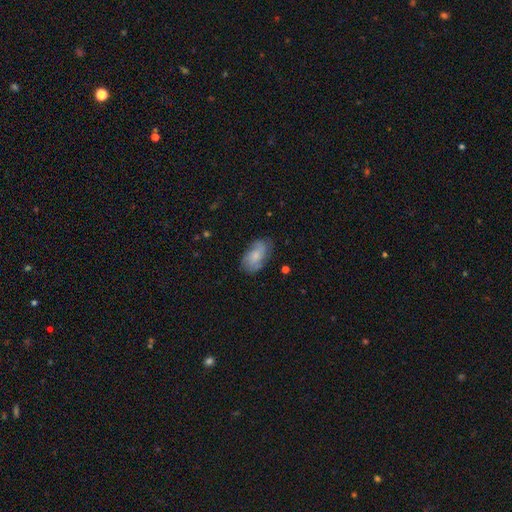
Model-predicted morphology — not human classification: type=smooth (57%); roundness=in between (91%); merging=none (68%).